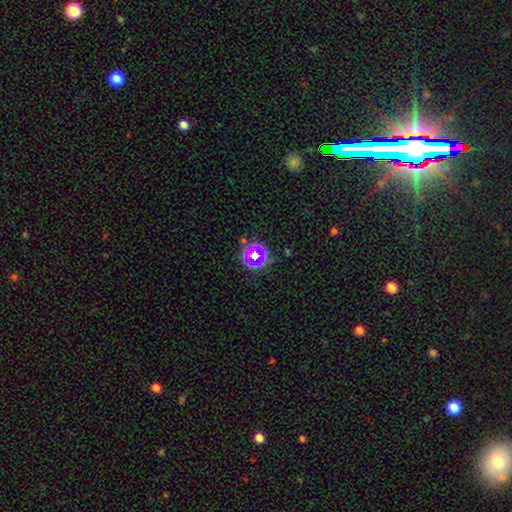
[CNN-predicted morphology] A smooth galaxy with no disk features (48%). Merging: none (78%).